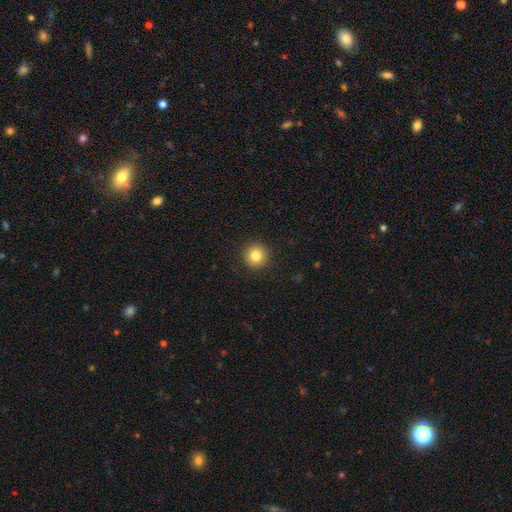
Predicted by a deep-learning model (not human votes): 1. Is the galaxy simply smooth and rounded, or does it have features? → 83% smooth, 11% star or artifact, 6% featured or disk.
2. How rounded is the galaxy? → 95% round, 4% in between, 1% cigar-shaped.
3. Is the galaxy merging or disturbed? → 93% none, 5% minor disturbance, 2% major disturbance, 1% merger.